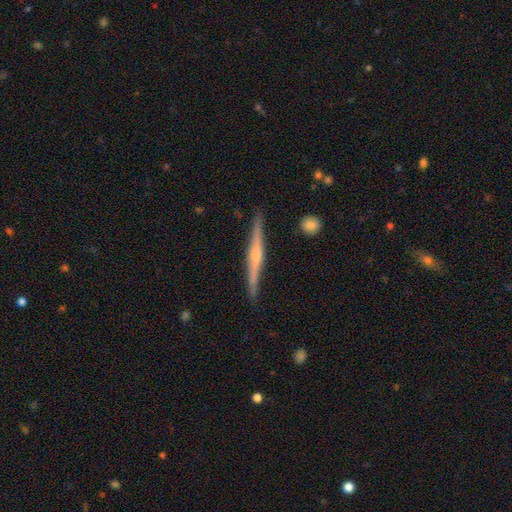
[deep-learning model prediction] smooth-or-featured: featured or disk: 77% | smooth: 18% | star or artifact: 5%
  disk-edge-on: yes: 98% | no: 2%
    edge-on-bulge: rounded: 79% | none: 14% | boxy: 7%
  merging: none: 89% | minor disturbance: 8% | major disturbance: 1% | merger: 1%